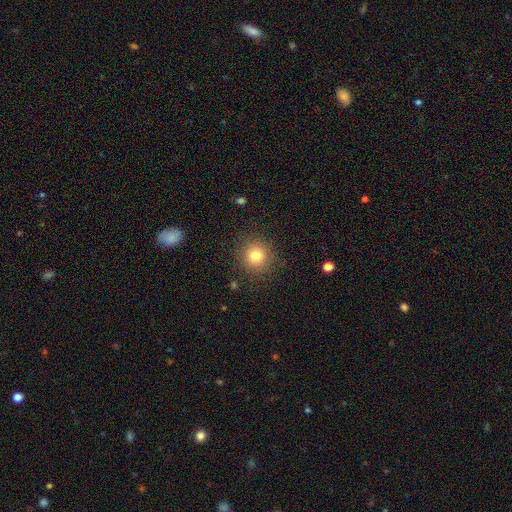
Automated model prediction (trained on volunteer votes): The model was most divided on "smooth or featured": smooth: 79%, star or artifact: 13%, featured or disk: 8%. More confident: how rounded — round (93%); merging — none (88%).